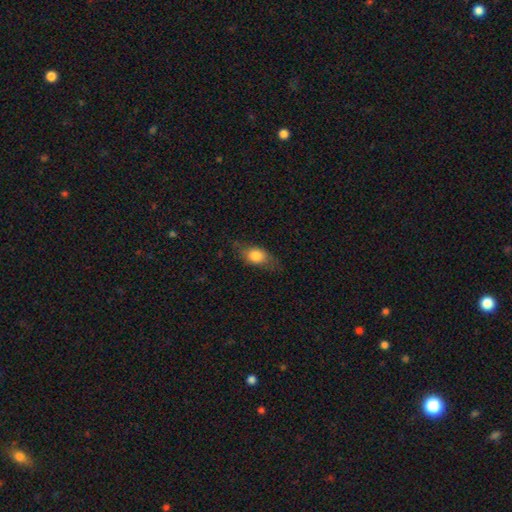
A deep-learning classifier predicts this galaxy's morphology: smooth_or_featured: smooth (p=0.73) [alt: featured or disk p=0.19]
how_rounded: in between (p=0.73) [alt: round p=0.16]
merging: none (p=0.68) [alt: minor disturbance p=0.22]